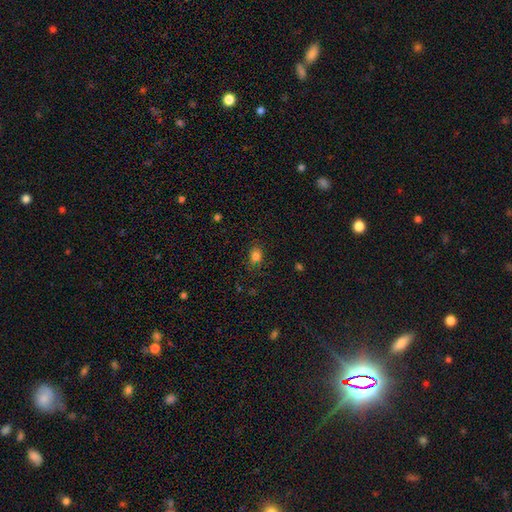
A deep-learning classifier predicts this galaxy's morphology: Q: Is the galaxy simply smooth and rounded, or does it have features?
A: smooth — 80%.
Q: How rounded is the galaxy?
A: in between — 59%.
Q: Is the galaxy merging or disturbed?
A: none — 80%.